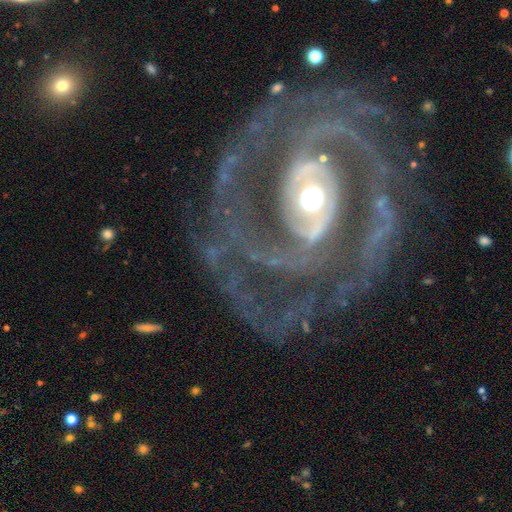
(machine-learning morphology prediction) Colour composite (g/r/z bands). It shows a featured or disk galaxy (92%) with no bar (41%), 2 (52%) tight (59%) spiral arms (97%) and a moderate central bulge (61%). Merging: none (74%).